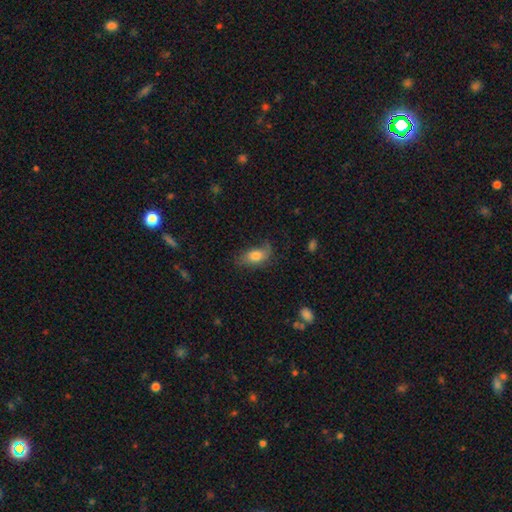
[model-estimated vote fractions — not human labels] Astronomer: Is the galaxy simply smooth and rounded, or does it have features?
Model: smooth — 70%.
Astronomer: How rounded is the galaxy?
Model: in between — 87%.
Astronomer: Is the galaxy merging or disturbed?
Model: none — 53% (runner-up: minor disturbance, 29%).